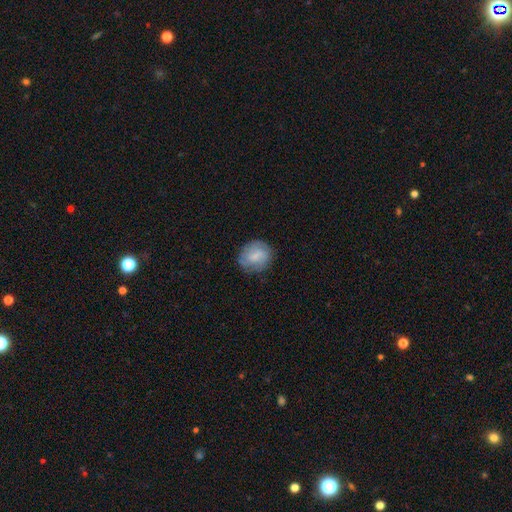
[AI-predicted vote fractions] Smooth or featured: smooth — 63% (featured or disk — 30%)
How rounded: round — 71% (in between — 28%)
Merging: none — 76% (minor disturbance — 18%)